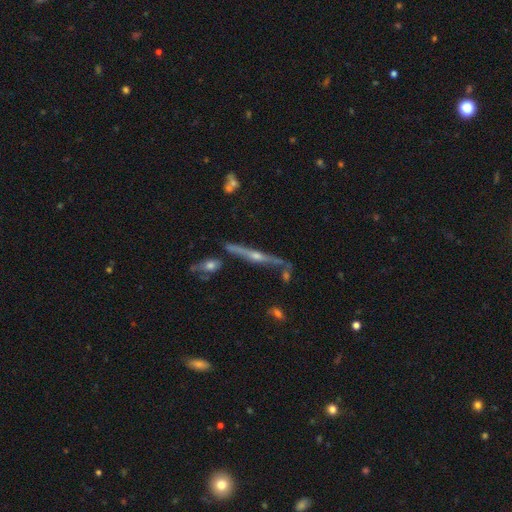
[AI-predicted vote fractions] A featured or disk galaxy (71%) viewed edge-on (84%) with a rounded central bulge (88%).

Vote fractions:
- Smooth or featured? featured or disk: 71% / smooth: 15% / star or artifact: 14%
- Edge-on disk? yes: 84% / no: 16%
- Edge-on bulge? rounded: 88% / none: 7% / boxy: 5%
- Merging? none: 64% / minor disturbance: 15% / merger: 13% / major disturbance: 9%